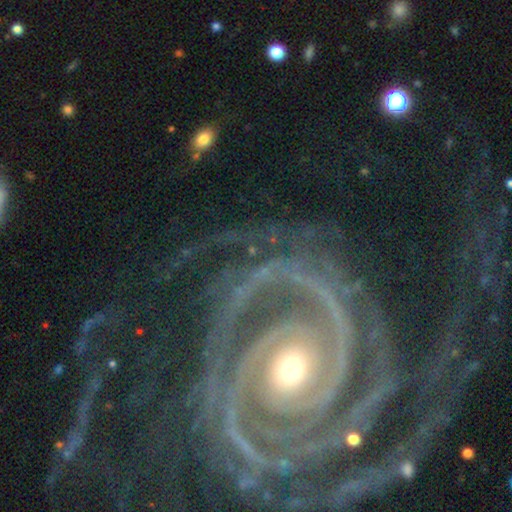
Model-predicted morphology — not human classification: This appears to be a featured or disk galaxy (90%) with no bar (65%), 2 (35%) tight (78%) spiral arms (98%) and a small central bulge (49%). Merging: none (70%).